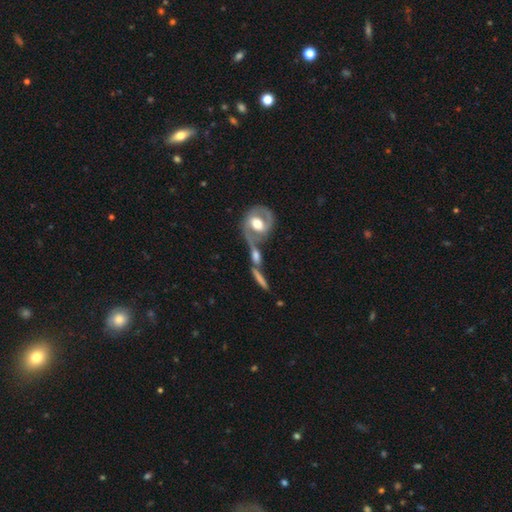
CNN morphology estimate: smooth_or_featured: featured or disk (p=0.67) [alt: smooth p=0.25]
disk_edge_on: no (p=0.64) [alt: yes p=0.36]
merging: merger (p=0.42) [alt: none p=0.40]